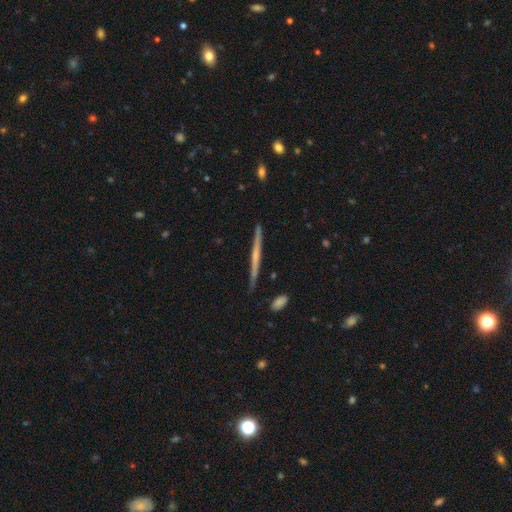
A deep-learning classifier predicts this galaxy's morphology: This appears to be a featured or disk galaxy (65%) viewed edge-on (98%) with no central bulge (62%). Merging: none (89%).